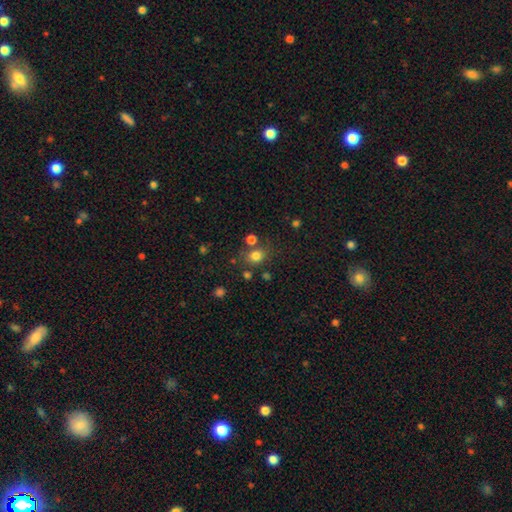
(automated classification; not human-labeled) smooth 78%, star or artifact 15%, featured or disk 7%. Down the decision tree: how rounded — round (68%); merging — none (68%).